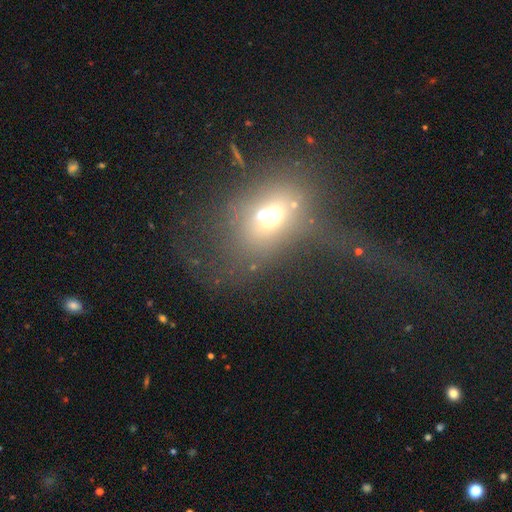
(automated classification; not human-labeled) smooth-or-featured: smooth: 50% | featured or disk: 27% | star or artifact: 22%
  how-rounded: in between: 53% | round: 45% | cigar-shaped: 3%
  merging: major disturbance: 51% | none: 24% | minor disturbance: 15% | merger: 10%